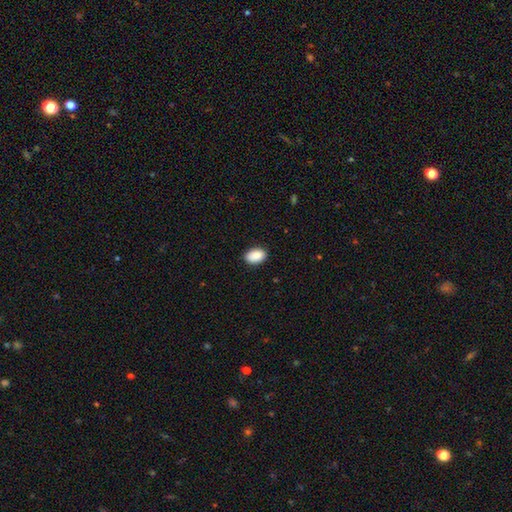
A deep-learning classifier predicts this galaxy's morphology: Overall: smooth (90%). How rounded: in between (89%). Merging: none (88%).